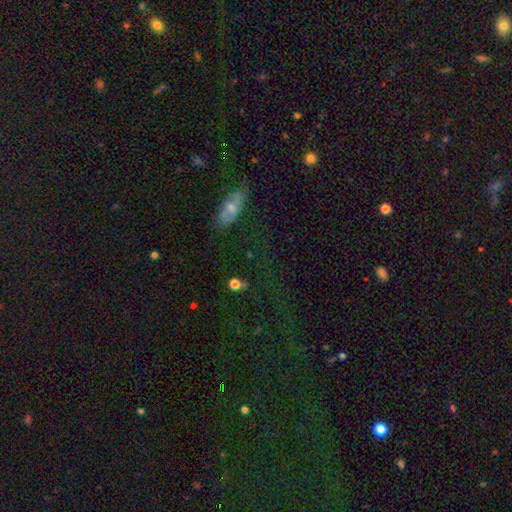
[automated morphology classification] Smooth or featured?
  - smooth: 41% *
  - star or artifact: 36%
  - featured or disk: 23%
Merging?
  - none: 71% *
  - minor disturbance: 14%
  - major disturbance: 10%
  - merger: 5%